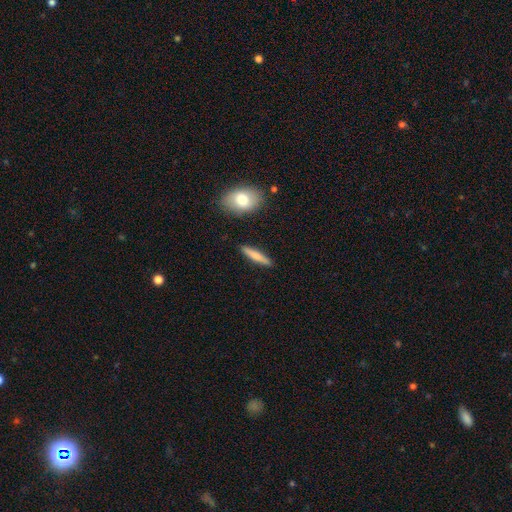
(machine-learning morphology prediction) This appears to be a smooth galaxy with no disk features (68%) that is cigar-shaped (87%). Merging: none (89%).